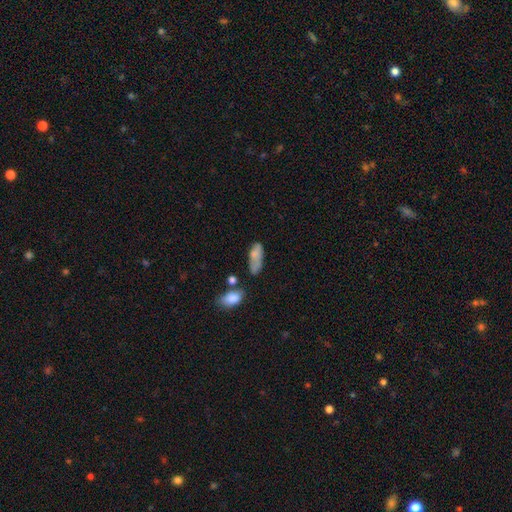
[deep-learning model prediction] Smooth or featured? smooth (74%)
How rounded? in between (77%)
Merging? none (40%)